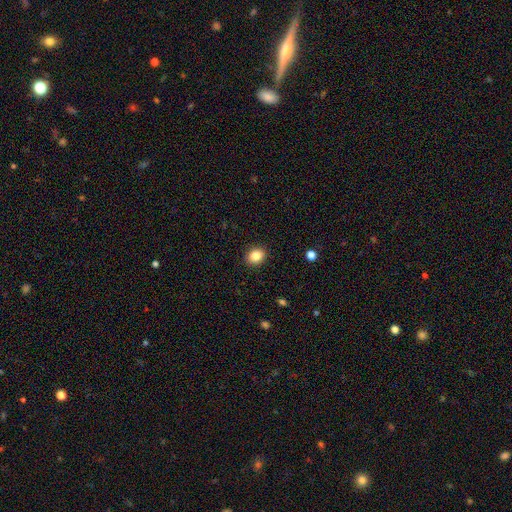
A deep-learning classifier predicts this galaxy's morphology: Overall: smooth (86%). How rounded: in between (50%; round 49%). Merging: none (90%).